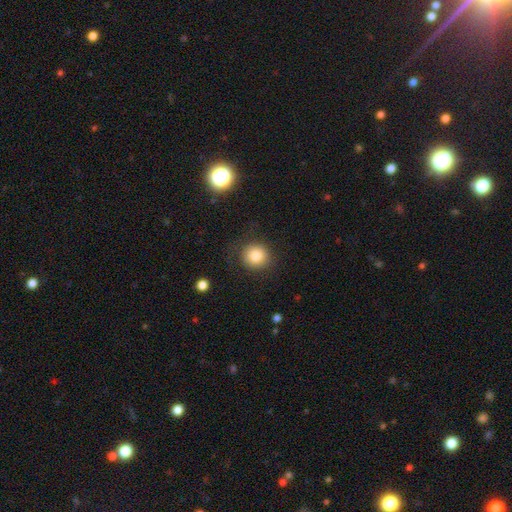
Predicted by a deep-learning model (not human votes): smooth-or-featured: smooth: 82% | star or artifact: 10% | featured or disk: 8%
  how-rounded: round: 90% | in between: 9% | cigar-shaped: 1%
  merging: none: 83% | minor disturbance: 10% | major disturbance: 5% | merger: 1%